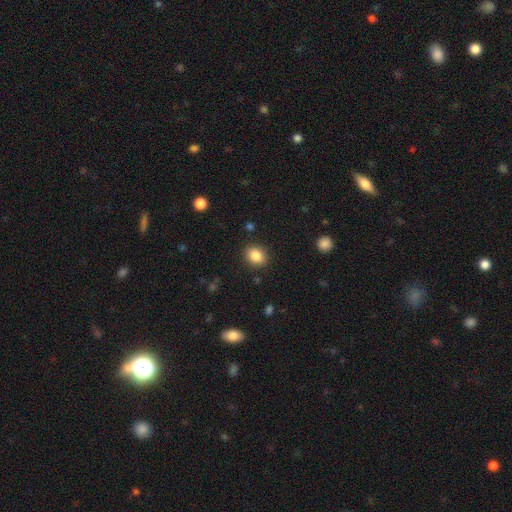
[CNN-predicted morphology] Smooth or featured? Predicted: smooth (p=0.85). How rounded? Predicted: in between (p=0.50). Merging? Predicted: none (p=0.88).